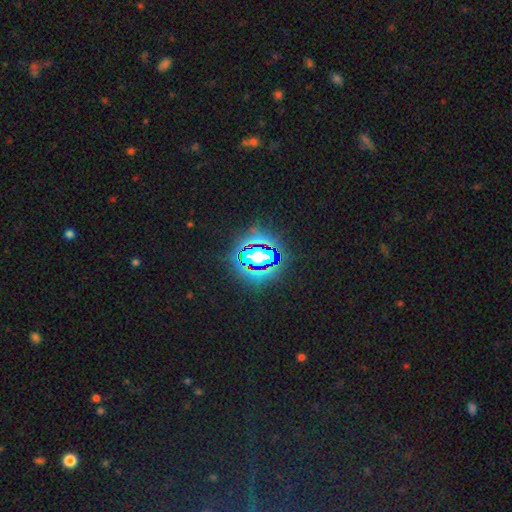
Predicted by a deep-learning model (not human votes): smooth_or_featured: star or artifact (p=0.81) [alt: smooth p=0.12]